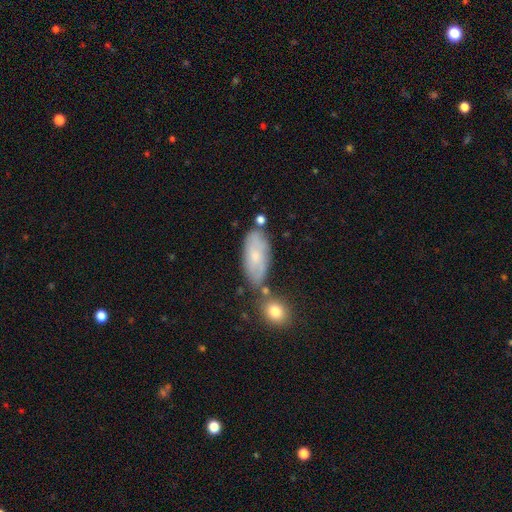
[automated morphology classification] The model was most divided on "smooth or featured": smooth: 52%, featured or disk: 40%, star or artifact: 8%. More confident: how rounded — in between (87%); merging — none (57%).